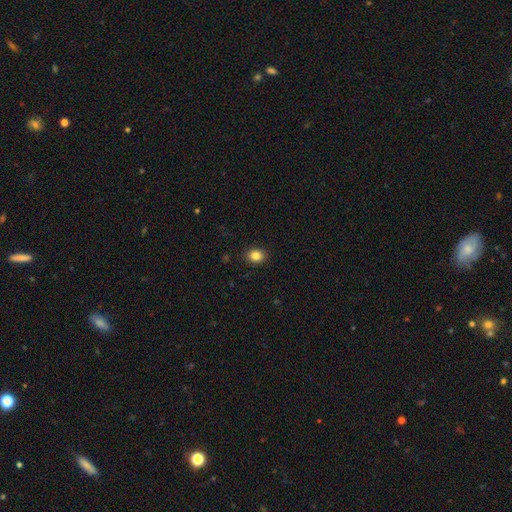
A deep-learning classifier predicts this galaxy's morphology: Q: Smooth or featured?
A: smooth (85%); runner-up: star or artifact (10%)
Q: How rounded?
A: round (50%); runner-up: in between (49%)
Q: Merging?
A: none (90%); runner-up: minor disturbance (7%)